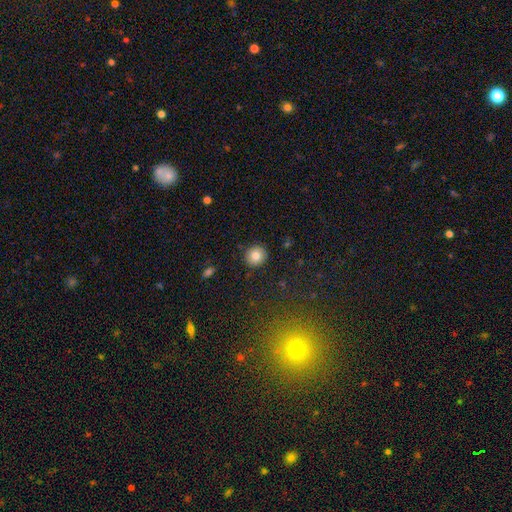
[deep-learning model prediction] This appears to be a smooth galaxy with no disk features (83%) that is round (90%). Merging: none (91%).